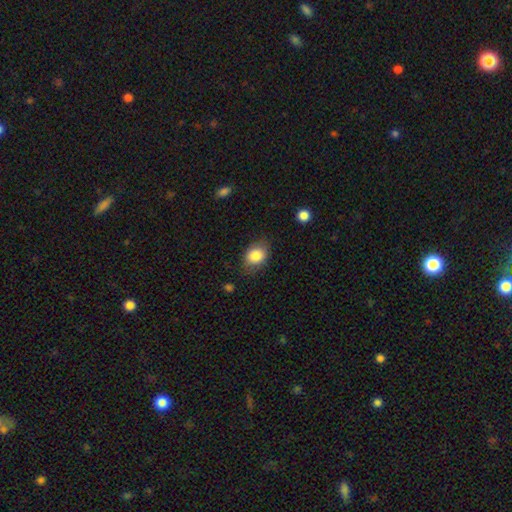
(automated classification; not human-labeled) smooth_or_featured: smooth (p=0.84) [alt: featured or disk p=0.08]
how_rounded: in between (p=0.66) [alt: round p=0.33]
merging: none (p=0.74) [alt: minor disturbance p=0.20]